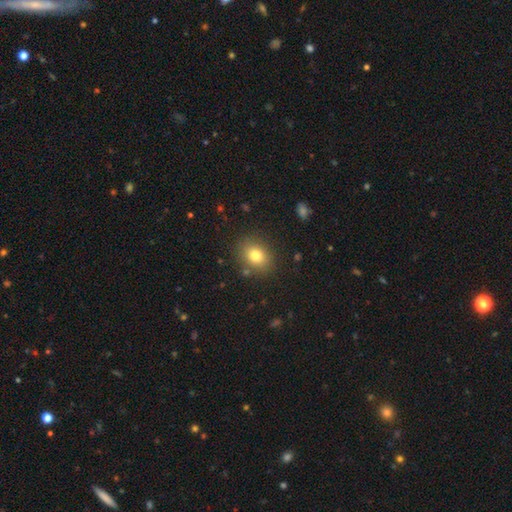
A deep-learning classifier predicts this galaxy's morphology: A smooth galaxy with no disk features (79%) that is round (50%). Merging: none (84%).